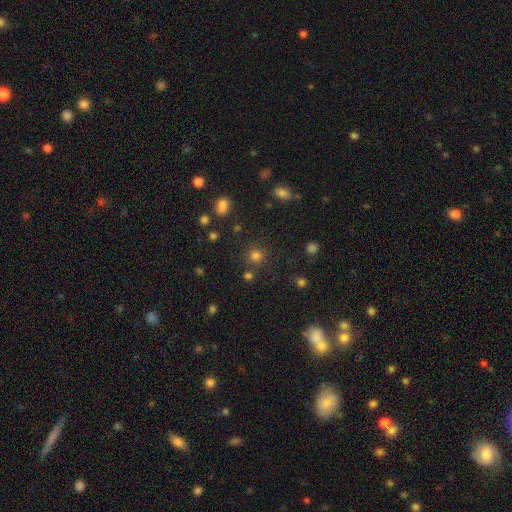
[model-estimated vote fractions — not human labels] This is likely a smooth galaxy (76%). How rounded: clearly round (90%). Merging: clearly none (80%).